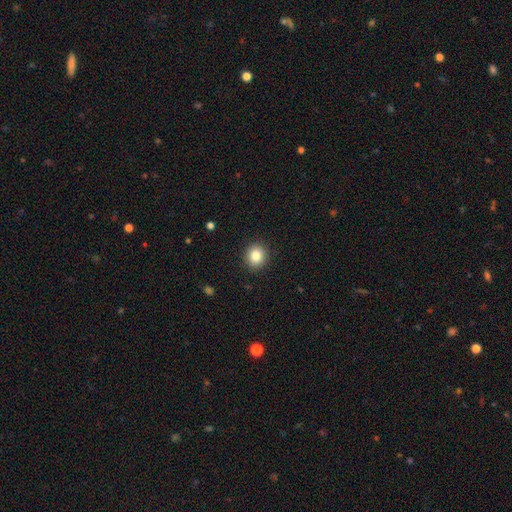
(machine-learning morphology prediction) type=smooth (84%); roundness=round (83%); merging=none (91%).